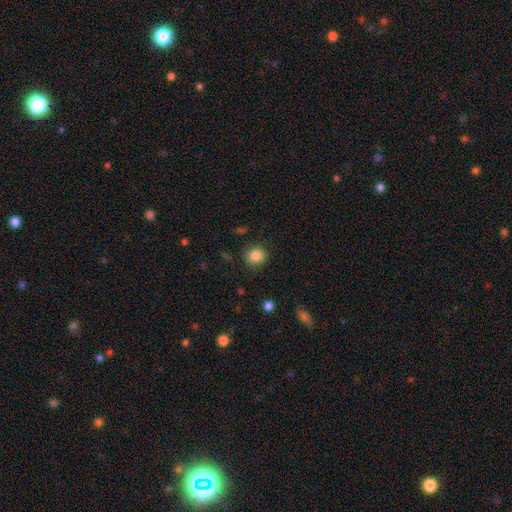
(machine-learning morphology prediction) A smooth galaxy with no disk features (86%) that is round (84%). Merging: none (87%).